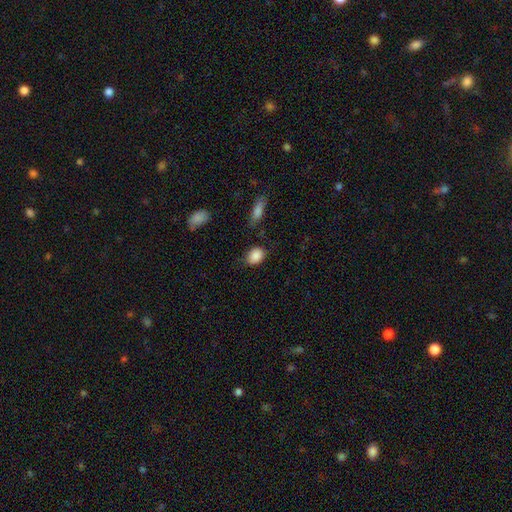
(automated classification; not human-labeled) Morphology: type=smooth (88%); roundness=in between (62%); merging=none (74%).